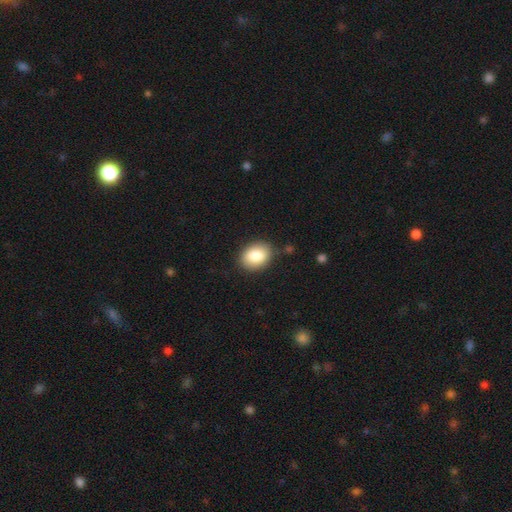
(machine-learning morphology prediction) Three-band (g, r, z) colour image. It shows a smooth galaxy with no disk features (85%) that is in between round and cigar-shaped (64%). Merging: none (85%).